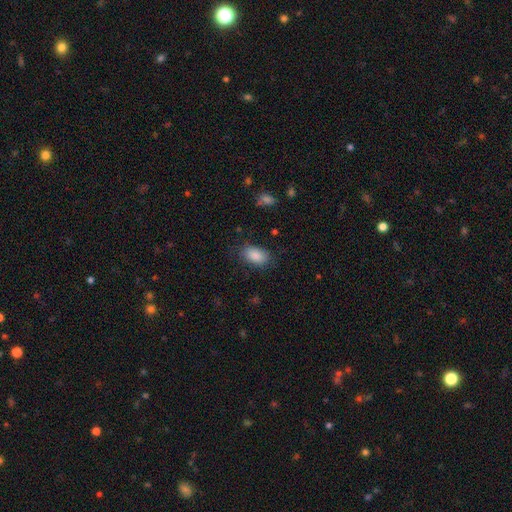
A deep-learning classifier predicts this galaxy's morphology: This is clearly a smooth galaxy (88%). How rounded: clearly in between (91%). Merging: likely none (78%).